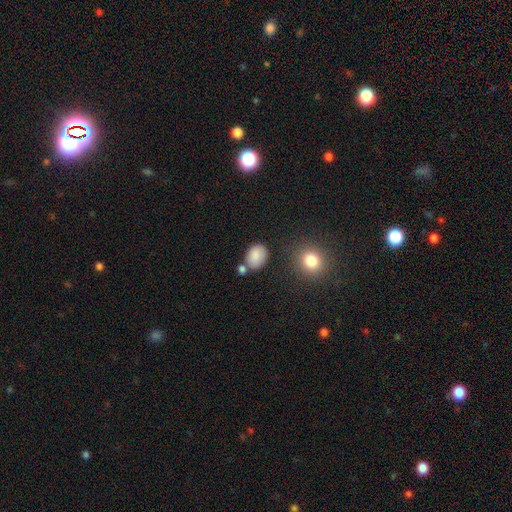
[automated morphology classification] Smooth or featured?
  - smooth: 86% *
  - star or artifact: 8%
  - featured or disk: 5%
How rounded?
  - in between: 69% *
  - round: 30%
  - cigar-shaped: 1%
Merging?
  - none: 69% *
  - minor disturbance: 17%
  - merger: 10%
  - major disturbance: 5%